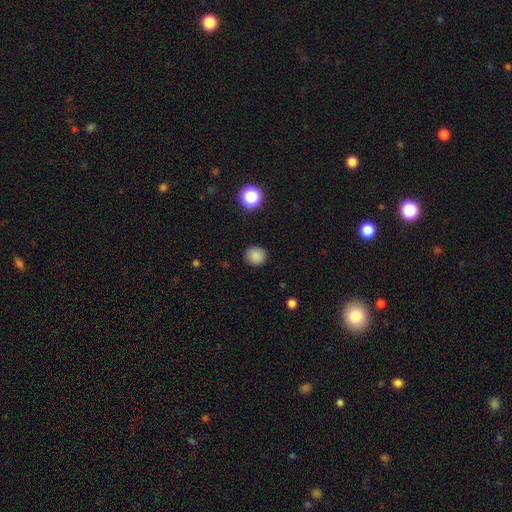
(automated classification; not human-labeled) Morphology: type=smooth (85%); roundness=round (89%); merging=none (89%).